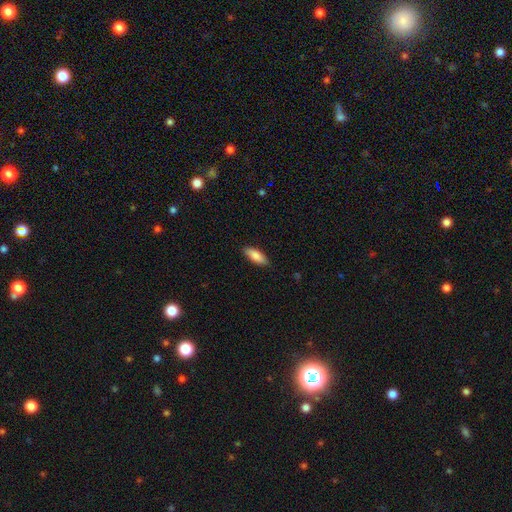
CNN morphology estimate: type=smooth (85%); roundness=in between (69%); merging=none (86%).